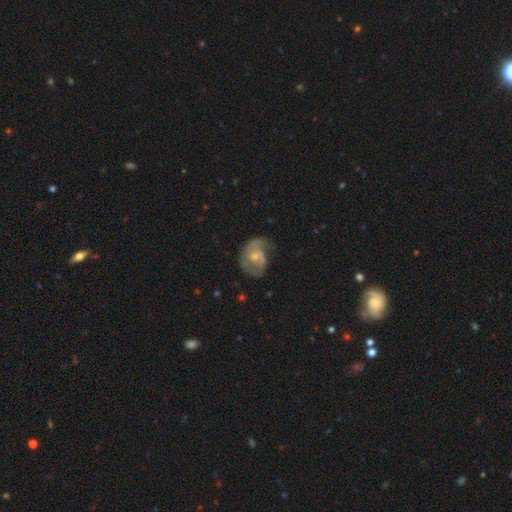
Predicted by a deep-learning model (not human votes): This appears to be a featured or disk galaxy (61%) with no bar (68%), spiral arms (74%) and a small central bulge (50%). Merging: none (38%).